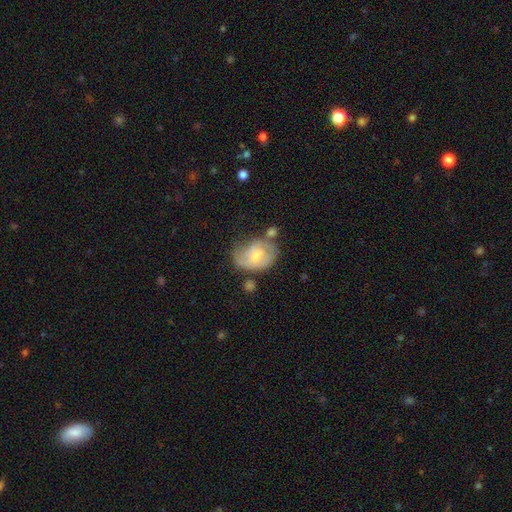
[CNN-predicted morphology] Smooth or featured: featured or disk — 48% (smooth — 45%)
Merging: none — 36% (minor disturbance — 31%)